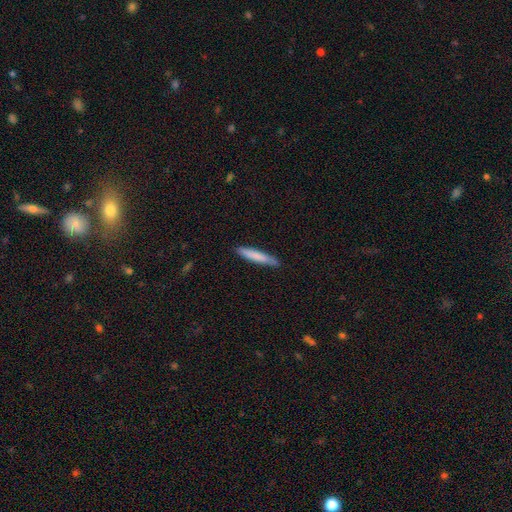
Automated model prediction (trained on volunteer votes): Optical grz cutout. It shows a smooth galaxy with no disk features (78%) that is cigar-shaped (93%). Merging: none (85%).